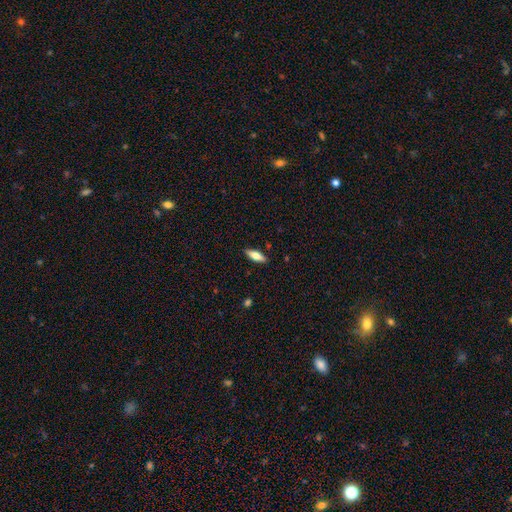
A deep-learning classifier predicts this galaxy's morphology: smooth 65%, featured or disk 28%, star or artifact 6%. Down the decision tree: how rounded — in between (56%); merging — none (89%).